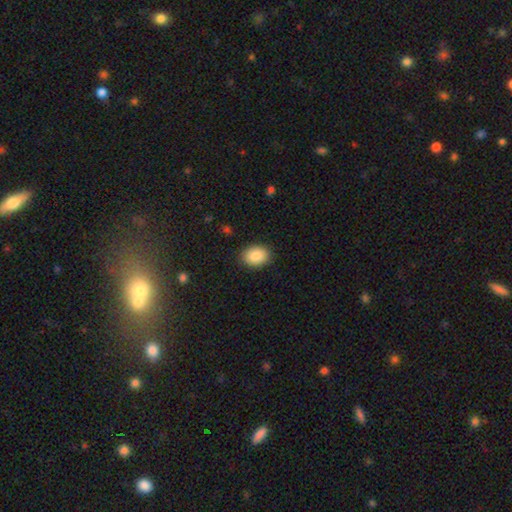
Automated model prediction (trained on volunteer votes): Smooth or featured?
  - smooth: 87% *
  - star or artifact: 7%
  - featured or disk: 5%
How rounded?
  - in between: 74% *
  - round: 25%
  - cigar-shaped: 1%
Merging?
  - none: 88% *
  - minor disturbance: 9%
  - major disturbance: 2%
  - merger: 1%